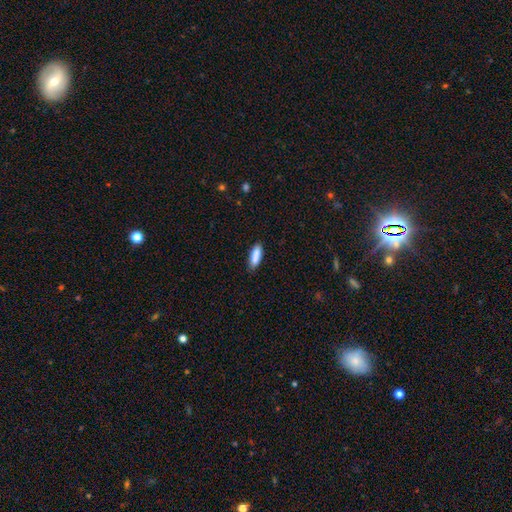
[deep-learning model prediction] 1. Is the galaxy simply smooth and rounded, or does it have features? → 85% smooth, 8% featured or disk, 7% star or artifact.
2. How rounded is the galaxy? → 53% in between, 45% cigar-shaped, 2% round.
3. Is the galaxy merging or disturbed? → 76% none, 16% minor disturbance, 5% merger, 3% major disturbance.